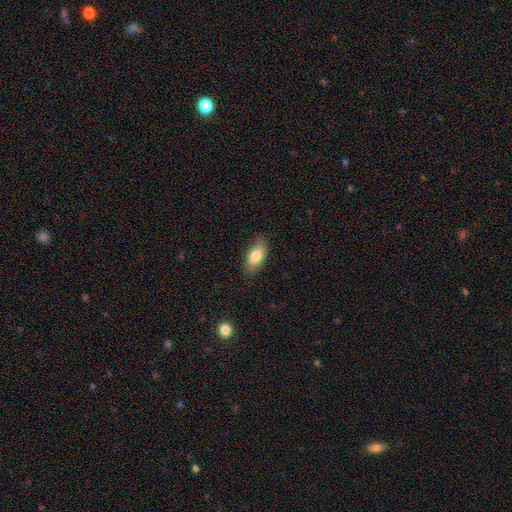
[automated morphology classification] smooth 83%, featured or disk 11%, star or artifact 7%. Down the decision tree: how rounded — in between (90%); merging — none (85%).